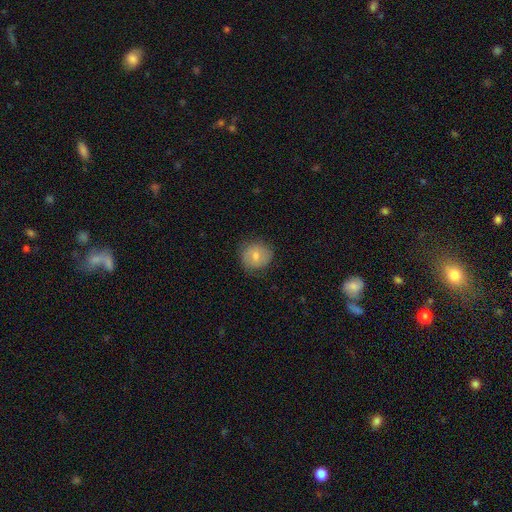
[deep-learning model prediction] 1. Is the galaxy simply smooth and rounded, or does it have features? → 71% smooth, 22% featured or disk, 8% star or artifact.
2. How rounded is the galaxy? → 84% round, 15% in between, 1% cigar-shaped.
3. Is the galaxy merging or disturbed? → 77% none, 17% minor disturbance, 5% major disturbance, 1% merger.